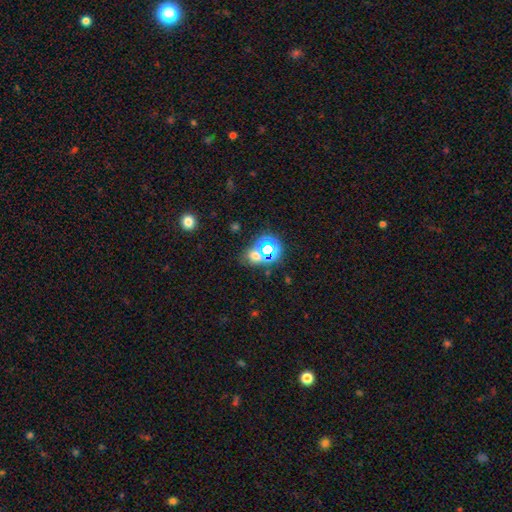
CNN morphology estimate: Overall: star or artifact (56%; smooth 34%).